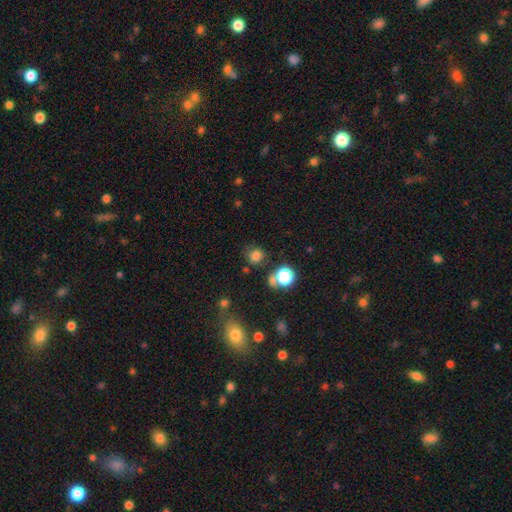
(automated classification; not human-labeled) This appears to be a smooth galaxy with no disk features (74%) that is round (84%). Merging: none (73%).